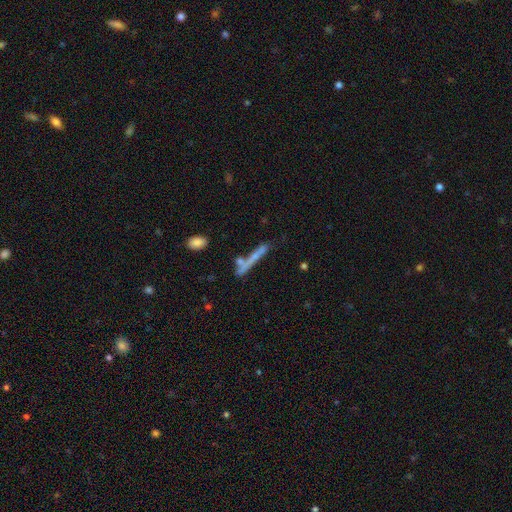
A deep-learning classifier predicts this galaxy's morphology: The model was most divided on "smooth or featured": smooth: 45%, featured or disk: 42%, star or artifact: 13%. More confident: merging — none (57%).